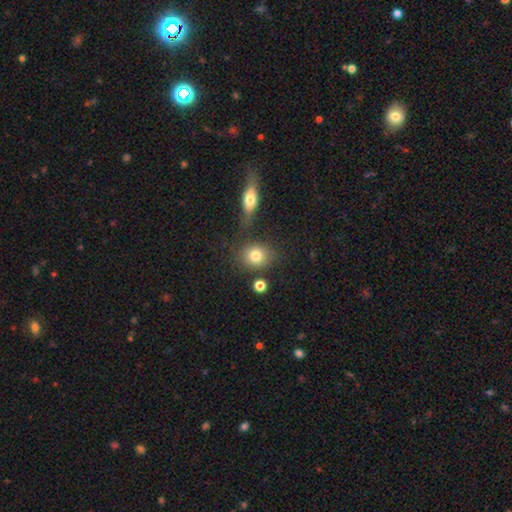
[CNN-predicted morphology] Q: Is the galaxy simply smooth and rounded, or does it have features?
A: smooth — 81%.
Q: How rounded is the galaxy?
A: round — 69%.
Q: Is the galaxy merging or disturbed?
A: none — 70%.